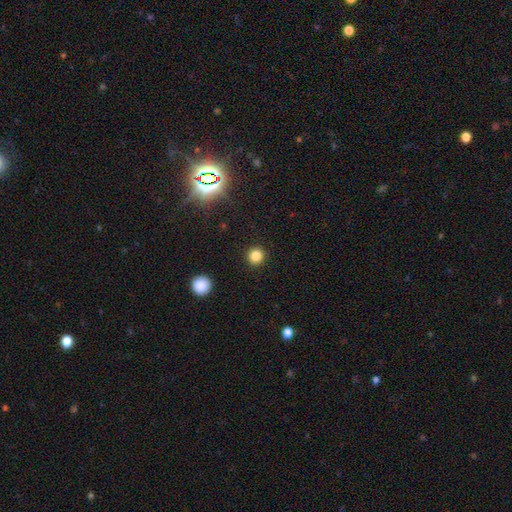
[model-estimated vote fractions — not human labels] Smooth or featured? Predicted: smooth (p=0.83). How rounded? Predicted: round (p=0.93). Merging? Predicted: none (p=0.92).